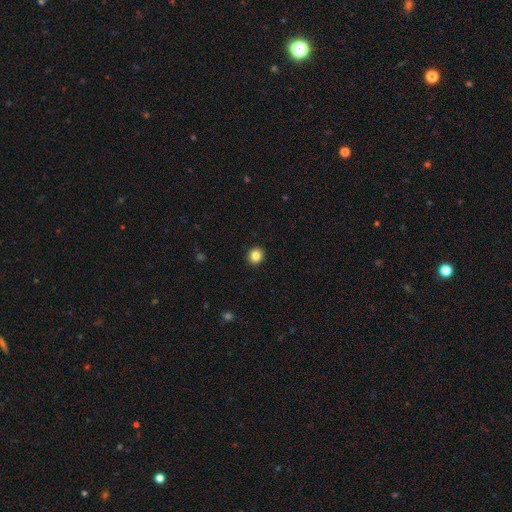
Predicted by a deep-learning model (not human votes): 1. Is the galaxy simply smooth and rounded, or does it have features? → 84% smooth, 11% star or artifact, 6% featured or disk.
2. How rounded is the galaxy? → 88% round, 11% in between, 1% cigar-shaped.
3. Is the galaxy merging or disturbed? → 93% none, 4% minor disturbance, 1% major disturbance, 1% merger.